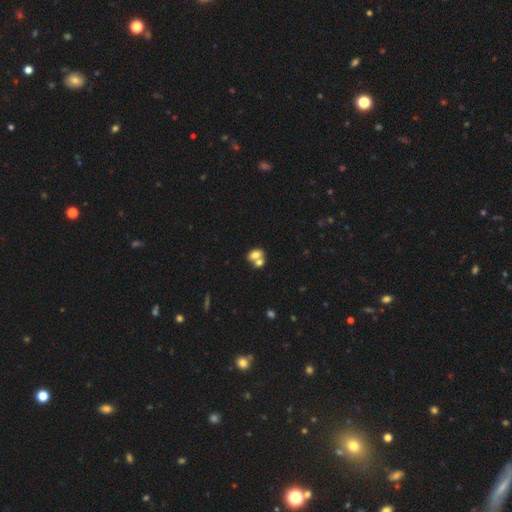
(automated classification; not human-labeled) This is likely a smooth galaxy (74%). How rounded: likely in between (75%). Merging: possibly merger (58%).